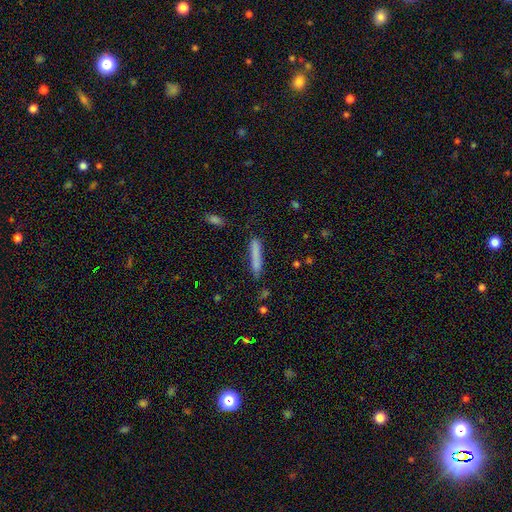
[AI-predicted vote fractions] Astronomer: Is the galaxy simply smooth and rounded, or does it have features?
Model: smooth — 78%.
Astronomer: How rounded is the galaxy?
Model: cigar-shaped — 94%.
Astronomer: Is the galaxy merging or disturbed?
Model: none — 79%.